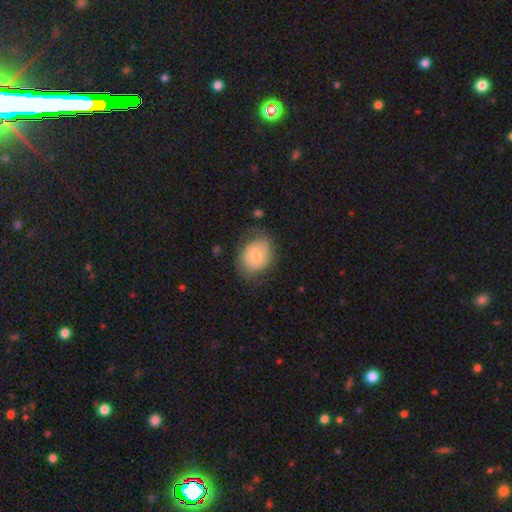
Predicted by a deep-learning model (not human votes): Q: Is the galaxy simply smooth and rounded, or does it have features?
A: smooth — 57%.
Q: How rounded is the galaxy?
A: in between — 54%.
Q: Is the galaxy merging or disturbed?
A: none — 68%.